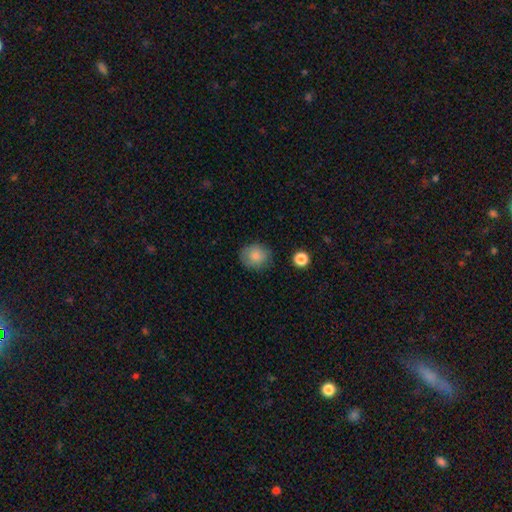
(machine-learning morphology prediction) A smooth galaxy with no disk features (84%) that is round (76%). Merging: none (80%).